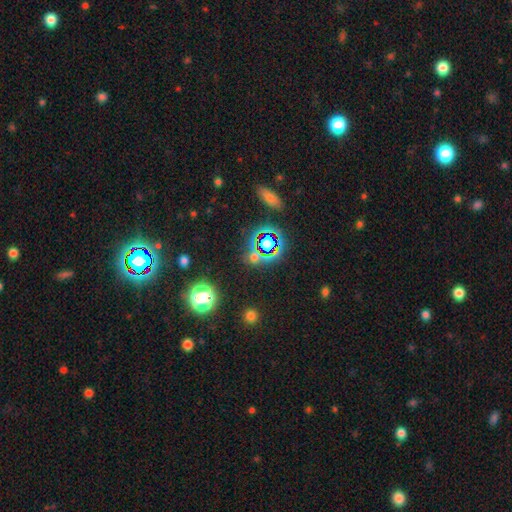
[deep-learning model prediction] Smooth or featured? Predicted: star or artifact (p=0.71).